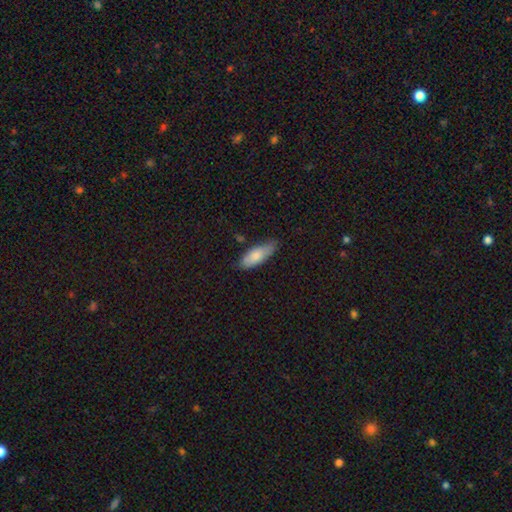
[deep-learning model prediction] The model was most divided on "merging": none: 69%, minor disturbance: 25%, major disturbance: 4%, merger: 2%. More confident: smooth or featured — smooth (81%); how rounded — in between (72%).